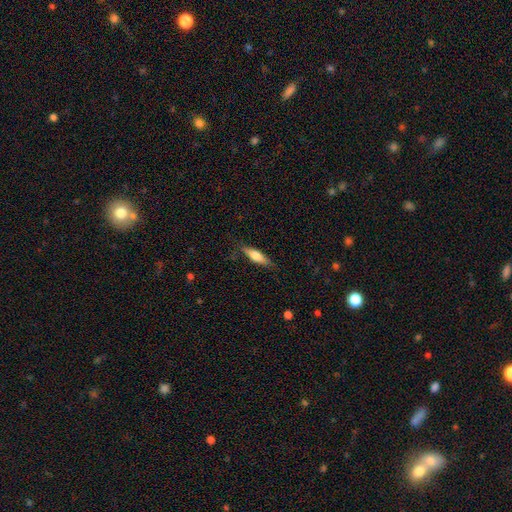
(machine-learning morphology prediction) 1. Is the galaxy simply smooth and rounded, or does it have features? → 60% smooth, 34% featured or disk, 6% star or artifact.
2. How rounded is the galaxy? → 61% cigar-shaped, 37% in between, 2% round.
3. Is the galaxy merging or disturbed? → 79% none, 16% minor disturbance, 4% major disturbance, 1% merger.